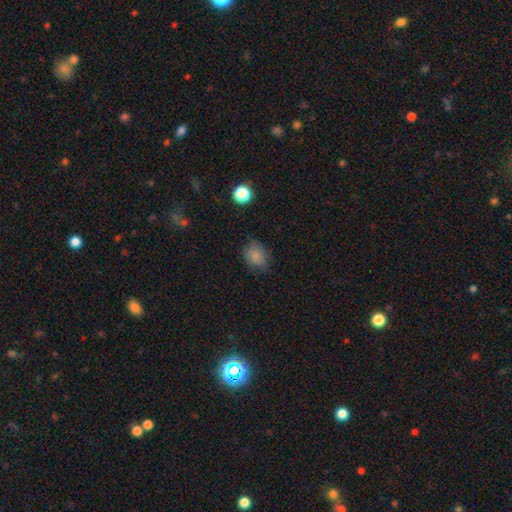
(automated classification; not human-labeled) A smooth galaxy with no disk features (81%) that is in between round and cigar-shaped (62%). Merging: none (67%).